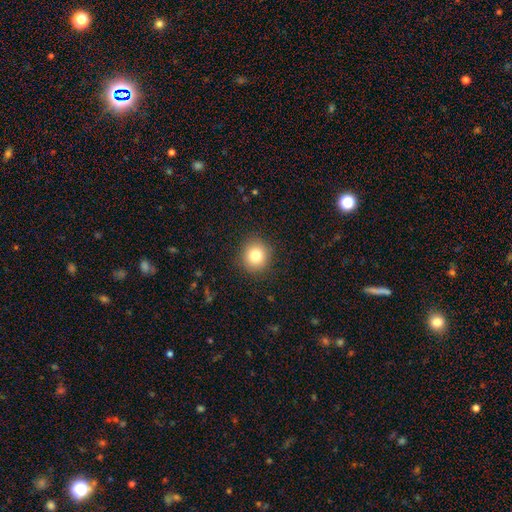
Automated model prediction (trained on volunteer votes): smooth_or_featured: smooth (p=0.81) [alt: star or artifact p=0.11]
how_rounded: round (p=0.90) [alt: in between p=0.09]
merging: none (p=0.89) [alt: minor disturbance p=0.07]